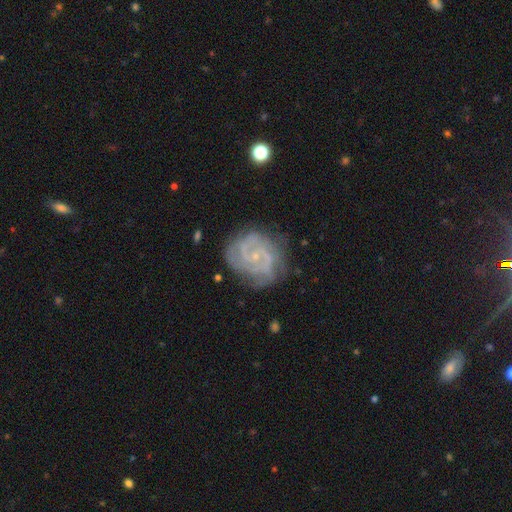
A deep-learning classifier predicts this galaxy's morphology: featured or disk 83%, star or artifact 9%, smooth 8%. Down the decision tree: edge-on disk — no (98%); bar — no (57%); spiral arms — yes (96%); spiral arm count — can't tell (24%, tied with 3 and 2); spiral winding — tight (64%); bulge size — small (78%); merging — none (76%).